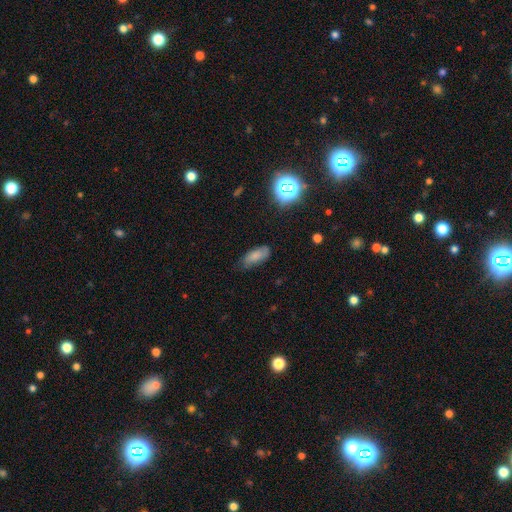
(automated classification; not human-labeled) Q: Smooth or featured?
A: smooth (74%); runner-up: featured or disk (15%)
Q: How rounded?
A: in between (82%); runner-up: cigar-shaped (14%)
Q: Merging?
A: none (68%); runner-up: minor disturbance (24%)